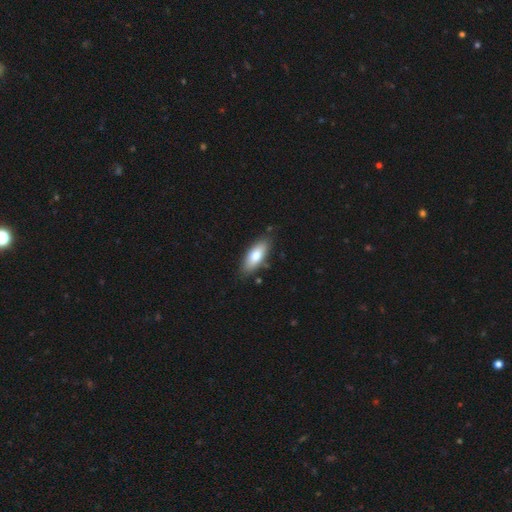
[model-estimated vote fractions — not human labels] smooth_or_featured: smooth (p=0.74) [alt: featured or disk p=0.20]
how_rounded: in between (p=0.77) [alt: cigar-shaped p=0.21]
merging: none (p=0.82) [alt: minor disturbance p=0.13]